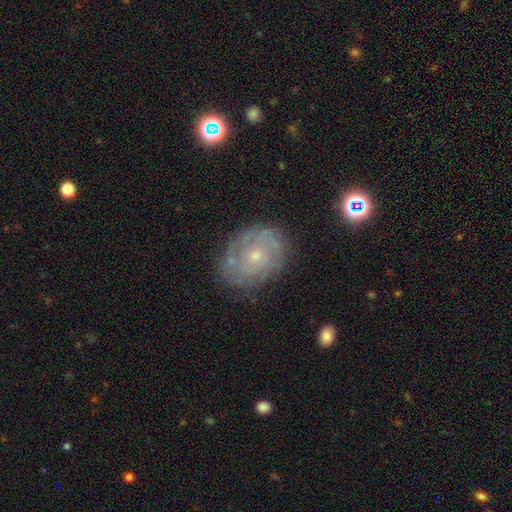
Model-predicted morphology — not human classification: This appears to be a featured or disk galaxy (72%) with no bar (81%), tight (68%) spiral arms (83%) and a small central bulge (74%). Merging: none (74%).